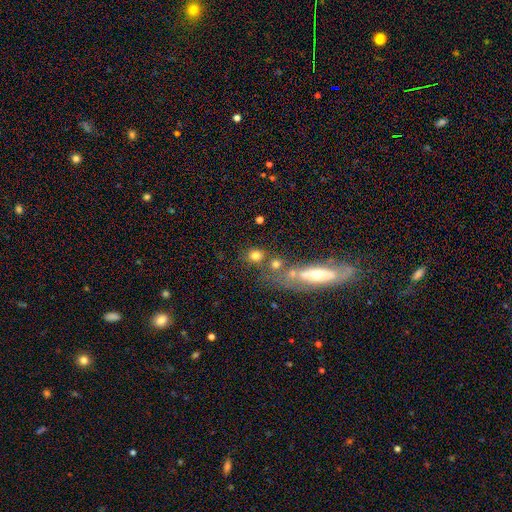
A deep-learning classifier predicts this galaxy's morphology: smooth-or-featured: smooth: 73% | star or artifact: 14% | featured or disk: 13%
  how-rounded: round: 76% | in between: 21% | cigar-shaped: 3%
  merging: none: 59% | merger: 23% | minor disturbance: 11% | major disturbance: 7%